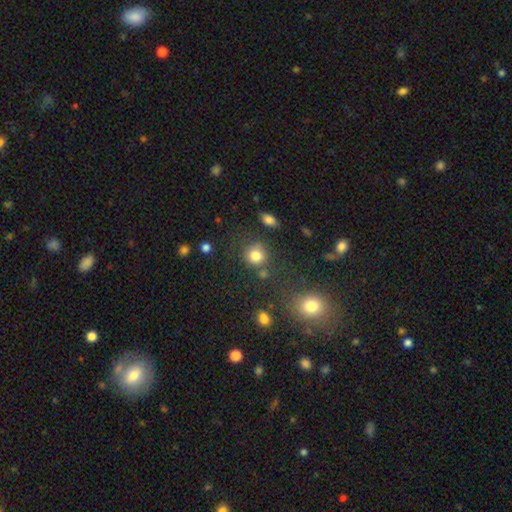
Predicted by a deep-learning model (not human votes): The model was most divided on "merging": none: 69%, minor disturbance: 15%, merger: 10%, major disturbance: 6%. More confident: how rounded — round (84%); smooth or featured — smooth (80%).